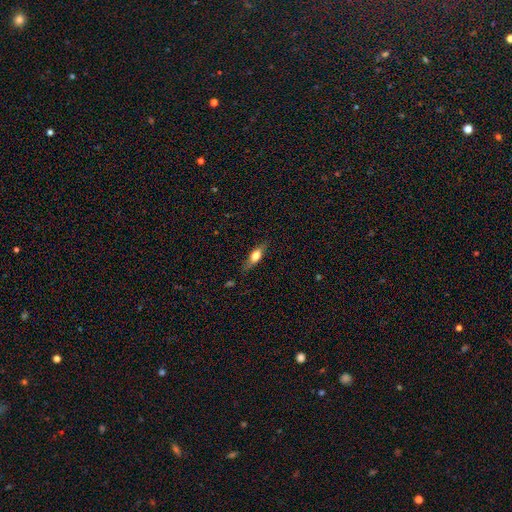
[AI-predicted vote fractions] Smooth or featured? Predicted: smooth (p=0.63). How rounded? Predicted: in between (p=0.57). Merging? Predicted: none (p=0.79).